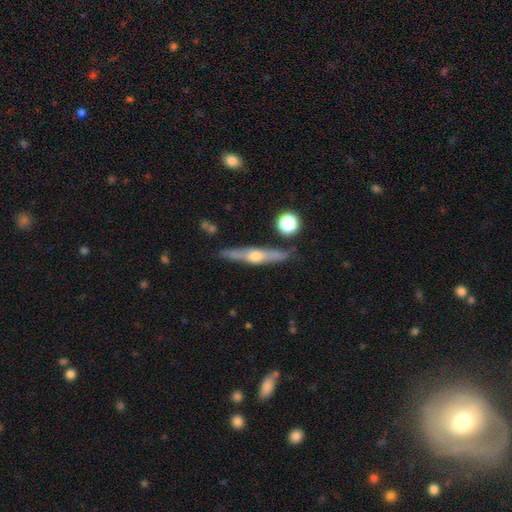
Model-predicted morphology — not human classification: A featured or disk galaxy (71%) viewed edge-on (95%) with a rounded central bulge (89%).

Vote fractions:
- Smooth or featured? featured or disk: 71% / smooth: 23% / star or artifact: 7%
- Edge-on disk? yes: 95% / no: 5%
- Edge-on bulge? rounded: 89% / none: 6% / boxy: 4%
- Merging? none: 86% / minor disturbance: 10% / merger: 3% / major disturbance: 2%